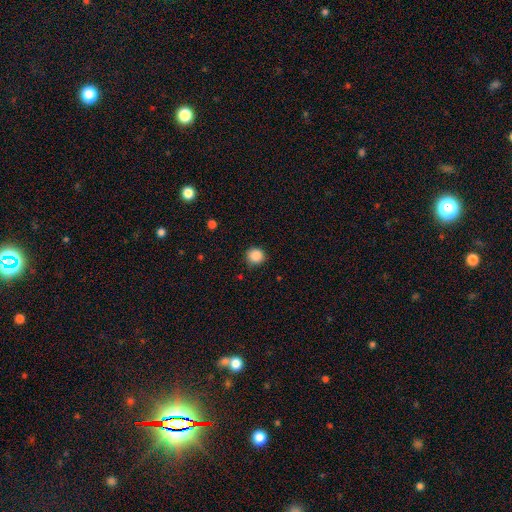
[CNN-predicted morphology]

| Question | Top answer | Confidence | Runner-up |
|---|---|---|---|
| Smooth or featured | smooth | 88% | star or artifact (9%) |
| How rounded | round | 92% | in between (7%) |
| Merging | none | 85% | minor disturbance (12%) |